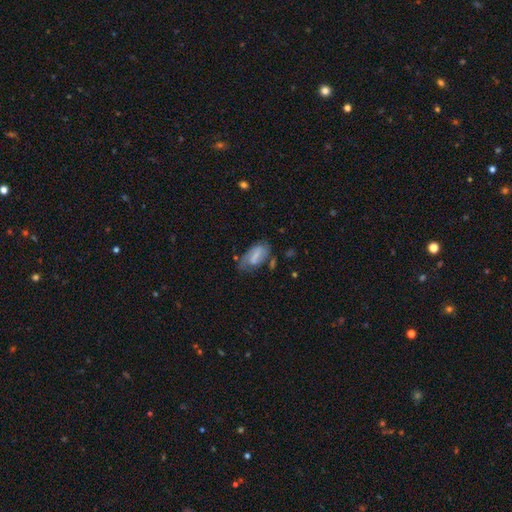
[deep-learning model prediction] Smooth or featured: smooth — 58% (featured or disk — 34%)
How rounded: in between — 89% (cigar-shaped — 7%)
Merging: none — 47% (minor disturbance — 32%)